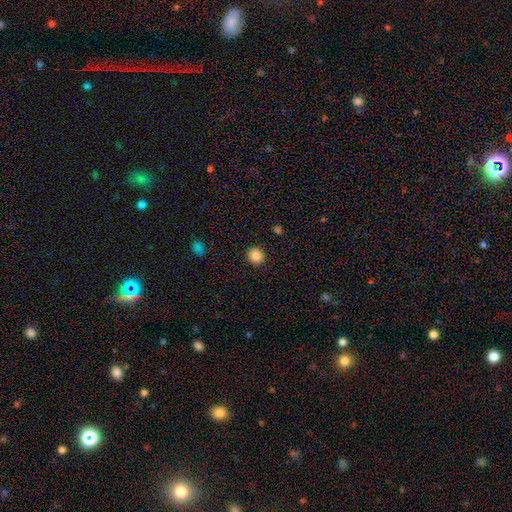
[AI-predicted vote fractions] Smooth or featured? smooth (86%)
How rounded? round (87%)
Merging? none (91%)